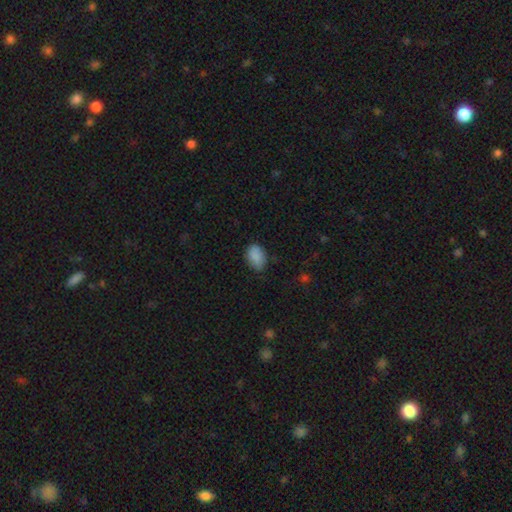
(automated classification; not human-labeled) This is clearly a smooth galaxy (86%). How rounded: clearly in between (86%). Merging: likely none (72%).